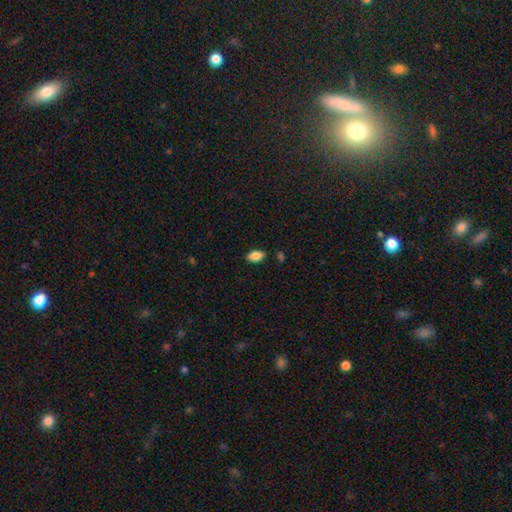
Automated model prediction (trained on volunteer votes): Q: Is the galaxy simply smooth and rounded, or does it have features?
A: smooth — 86%.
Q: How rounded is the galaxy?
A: in between — 92%.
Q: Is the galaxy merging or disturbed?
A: none — 85%.